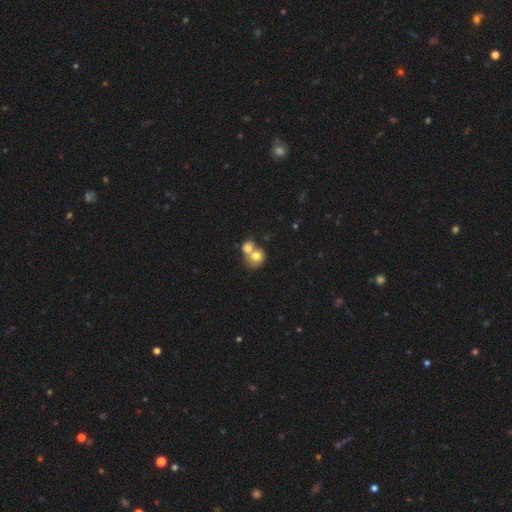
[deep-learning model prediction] Q: Smooth or featured?
A: smooth (72%); runner-up: featured or disk (19%)
Q: How rounded?
A: round (67%); runner-up: in between (32%)
Q: Merging?
A: merger (71%); runner-up: none (20%)